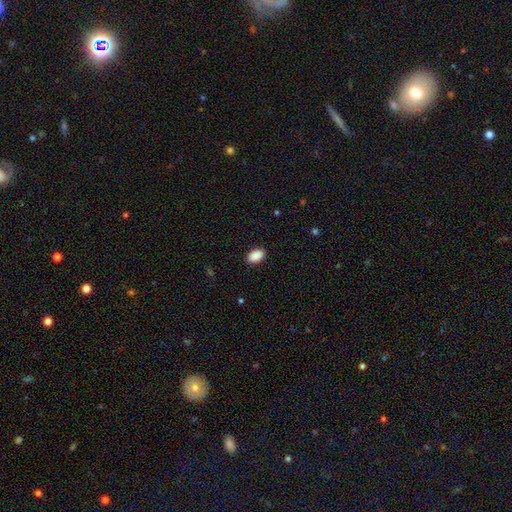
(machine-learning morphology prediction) Overall: smooth (90%). How rounded: in between (88%). Merging: none (89%).